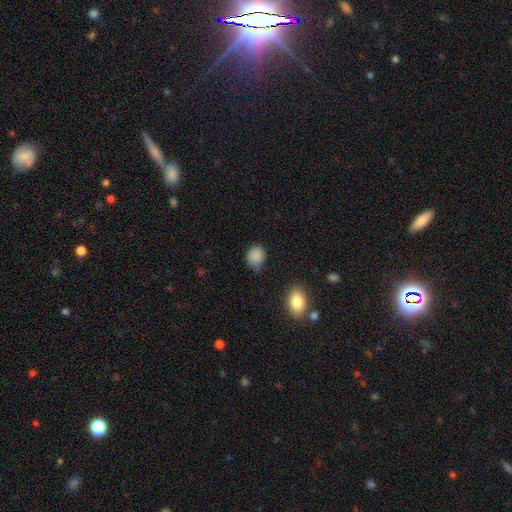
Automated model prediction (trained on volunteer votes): This appears to be a smooth galaxy with no disk features (87%) that is round (71%). Merging: none (59%).